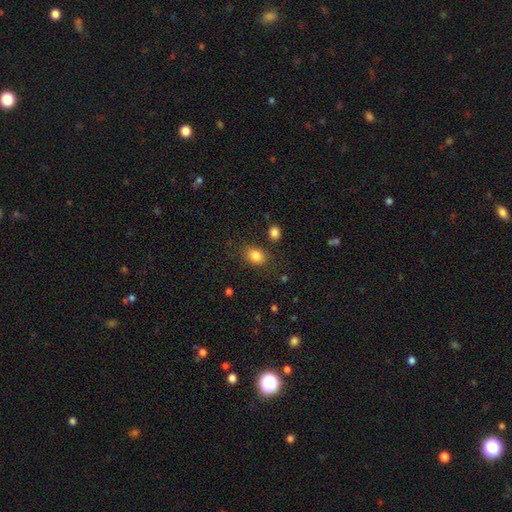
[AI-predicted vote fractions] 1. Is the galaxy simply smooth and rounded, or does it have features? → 84% smooth, 10% star or artifact, 6% featured or disk.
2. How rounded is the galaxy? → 66% in between, 33% round, 1% cigar-shaped.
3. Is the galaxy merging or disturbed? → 78% none, 13% minor disturbance, 4% major disturbance, 4% merger.